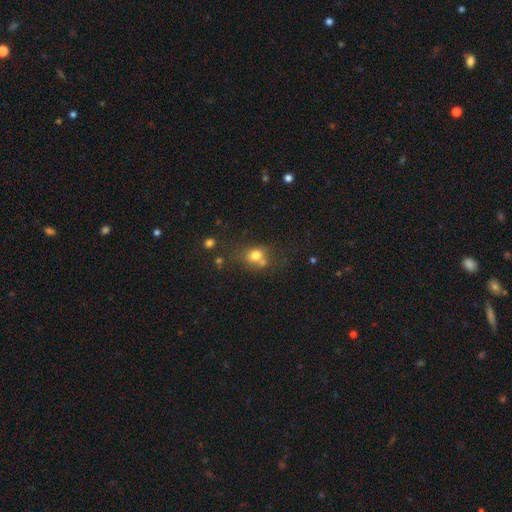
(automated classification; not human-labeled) This is likely a smooth galaxy (73%). How rounded: possibly round (60%). Merging: marginally none (43%).